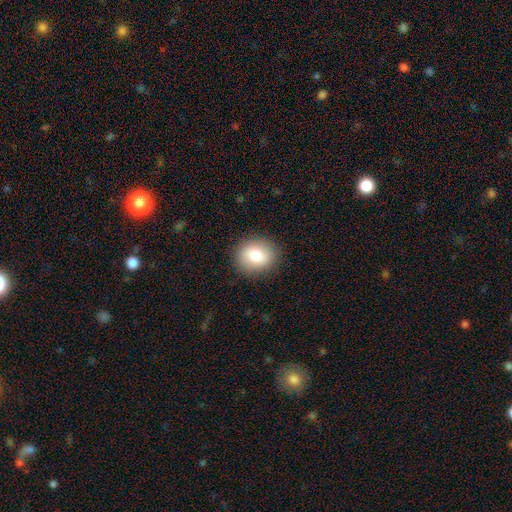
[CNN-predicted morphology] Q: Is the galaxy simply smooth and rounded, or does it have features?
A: smooth — 80%.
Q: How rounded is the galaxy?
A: round — 77%.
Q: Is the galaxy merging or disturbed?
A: none — 89%.